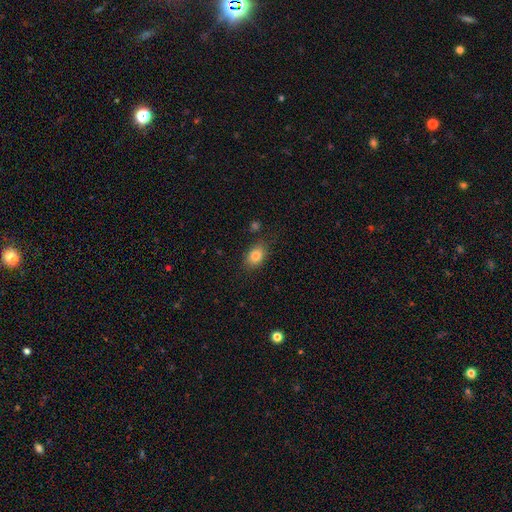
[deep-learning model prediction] Smooth or featured: smooth — 83% (star or artifact — 9%)
How rounded: in between — 74% (round — 24%)
Merging: none — 78% (minor disturbance — 15%)